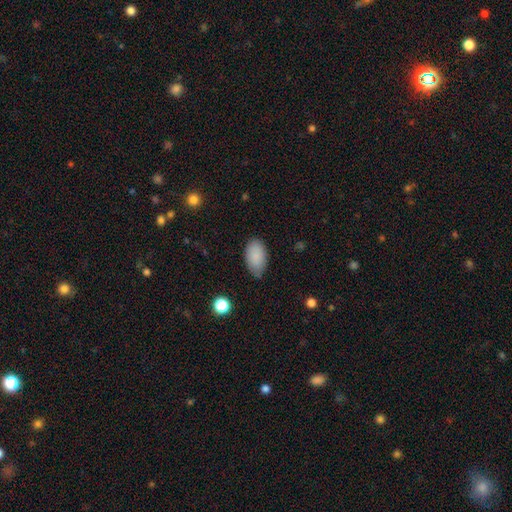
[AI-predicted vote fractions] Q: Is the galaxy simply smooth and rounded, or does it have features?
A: smooth — 87%.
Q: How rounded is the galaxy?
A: in between — 94%.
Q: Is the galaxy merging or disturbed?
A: none — 71%.